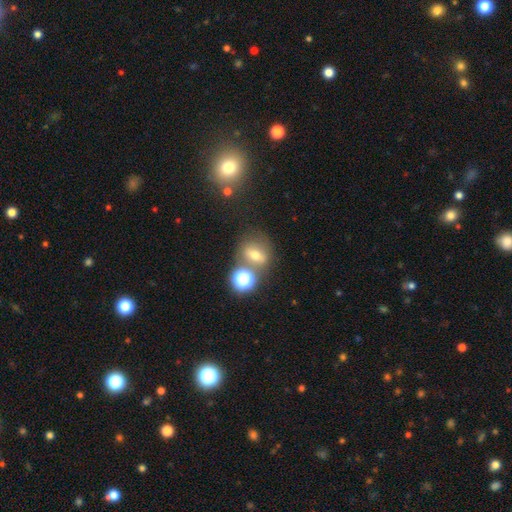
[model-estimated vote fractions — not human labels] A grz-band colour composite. It shows a smooth galaxy with no disk features (55%) that is round (54%). Merging: none (58%).